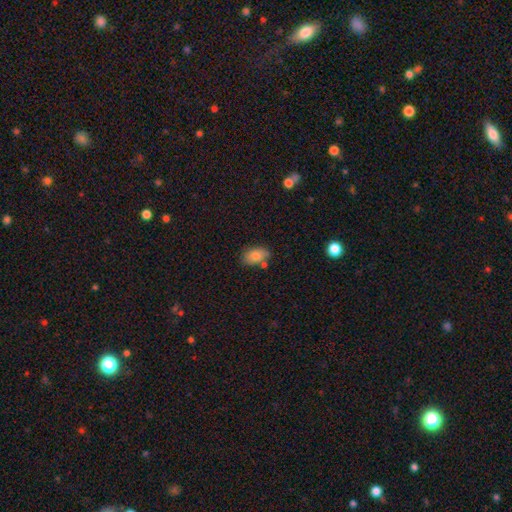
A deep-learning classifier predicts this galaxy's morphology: The model was most divided on "merging": none: 68%, minor disturbance: 18%, merger: 10%, major disturbance: 4%. More confident: how rounded — in between (90%); smooth or featured — smooth (82%).